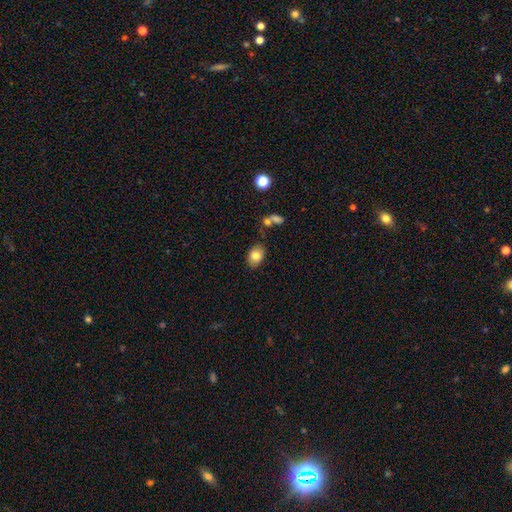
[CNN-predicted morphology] Smooth or featured: smooth — 81% (featured or disk — 11%)
How rounded: in between — 80% (round — 18%)
Merging: none — 76% (minor disturbance — 15%)